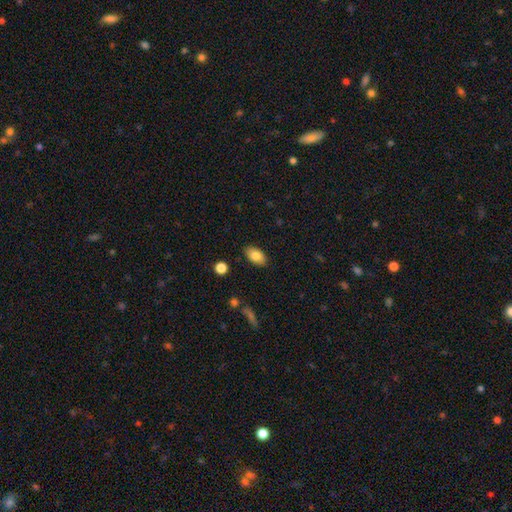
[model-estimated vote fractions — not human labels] Smooth or featured? Predicted: smooth (p=0.82). How rounded? Predicted: in between (p=0.93). Merging? Predicted: none (p=0.86).